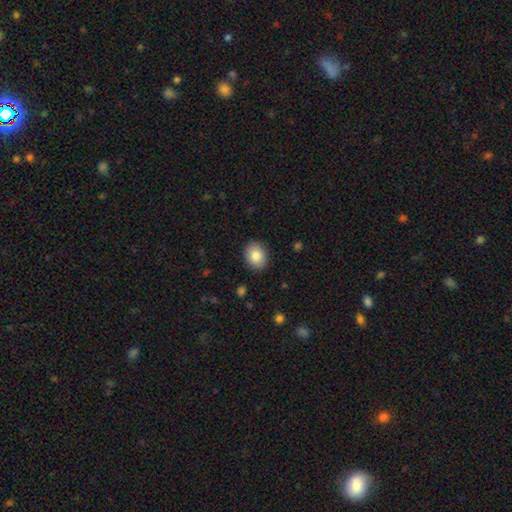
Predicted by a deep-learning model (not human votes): Smooth or featured?
  - smooth: 84% *
  - featured or disk: 8%
  - star or artifact: 8%
How rounded?
  - in between: 51% *
  - round: 48%
  - cigar-shaped: 1%
Merging?
  - none: 89% *
  - minor disturbance: 8%
  - major disturbance: 2%
  - merger: 1%